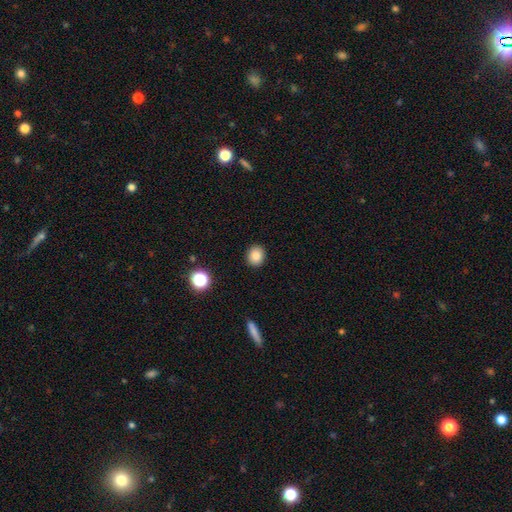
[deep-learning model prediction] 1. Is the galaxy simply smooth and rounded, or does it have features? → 83% smooth, 11% star or artifact, 6% featured or disk.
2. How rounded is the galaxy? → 72% round, 27% in between, 1% cigar-shaped.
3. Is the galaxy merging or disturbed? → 91% none, 6% minor disturbance, 2% major disturbance, 1% merger.